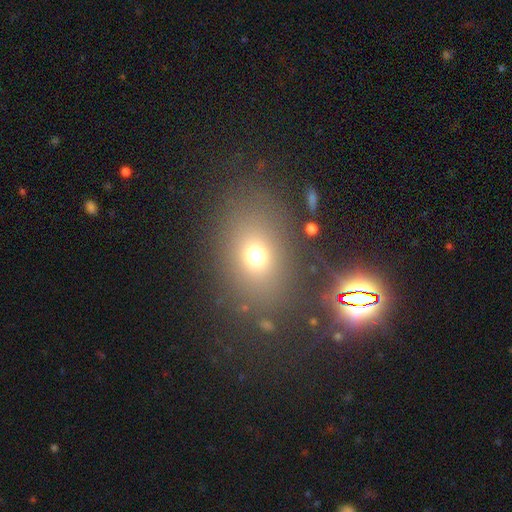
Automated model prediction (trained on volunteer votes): Q: Smooth or featured?
A: smooth (69%); runner-up: star or artifact (19%)
Q: How rounded?
A: in between (59%); runner-up: round (39%)
Q: Merging?
A: none (76%); runner-up: minor disturbance (11%)